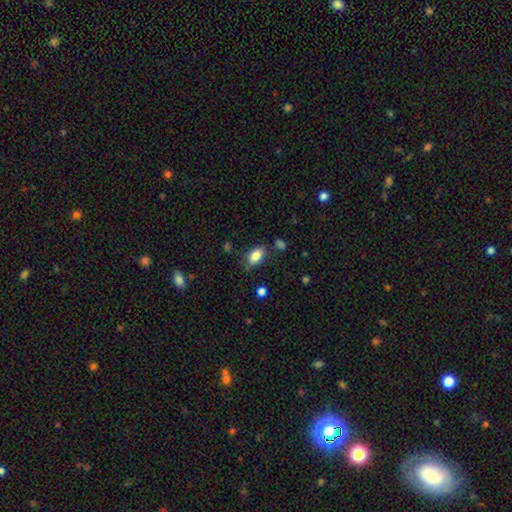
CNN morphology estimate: Smooth or featured: smooth — 84% (featured or disk — 9%)
How rounded: in between — 91% (round — 5%)
Merging: none — 79% (minor disturbance — 14%)